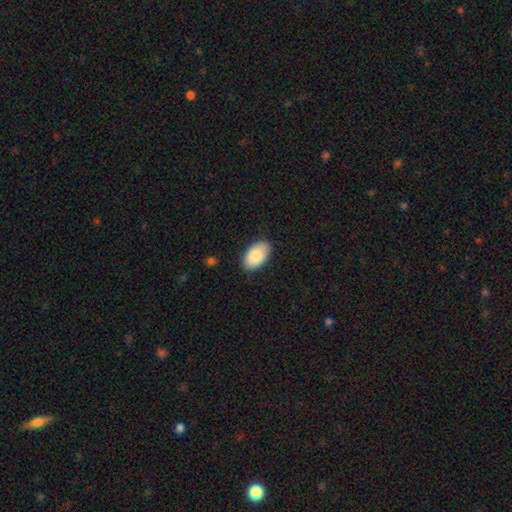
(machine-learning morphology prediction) Smooth or featured? Predicted: smooth (p=0.87). How rounded? Predicted: in between (p=0.94). Merging? Predicted: none (p=0.86).